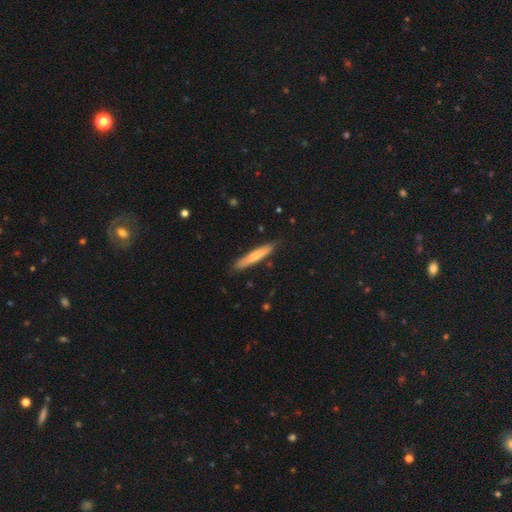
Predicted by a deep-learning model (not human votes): Morphology: type=smooth (71%); roundness=cigar-shaped (93%); merging=none (86%).